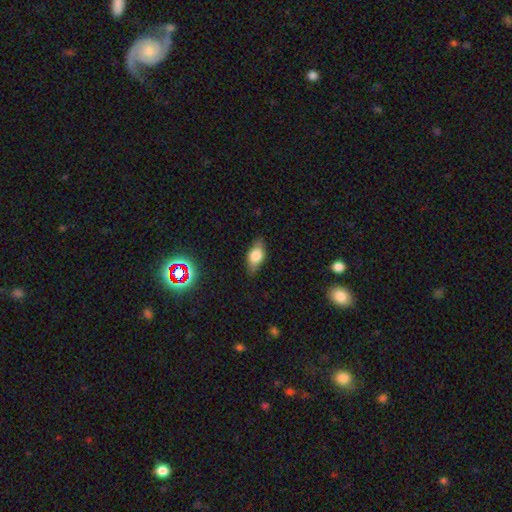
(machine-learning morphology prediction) This appears to be a smooth galaxy with no disk features (66%) that is in between round and cigar-shaped (82%). Merging: none (81%).